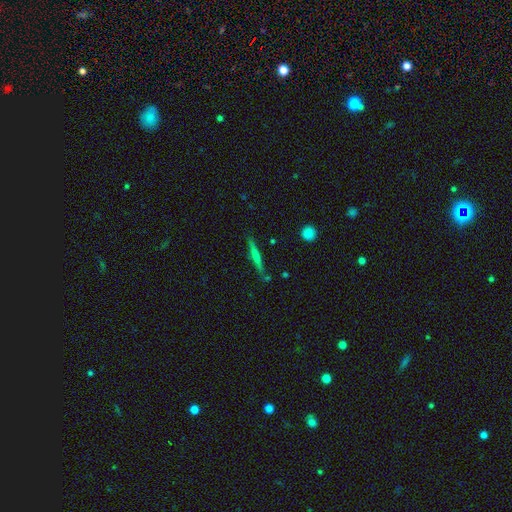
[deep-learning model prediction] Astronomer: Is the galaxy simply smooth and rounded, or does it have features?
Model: featured or disk — 58% (runner-up: smooth, 35%).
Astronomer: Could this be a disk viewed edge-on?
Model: yes — 97%.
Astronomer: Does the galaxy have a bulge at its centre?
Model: rounded — 61%.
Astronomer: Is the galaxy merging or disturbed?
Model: none — 85%.